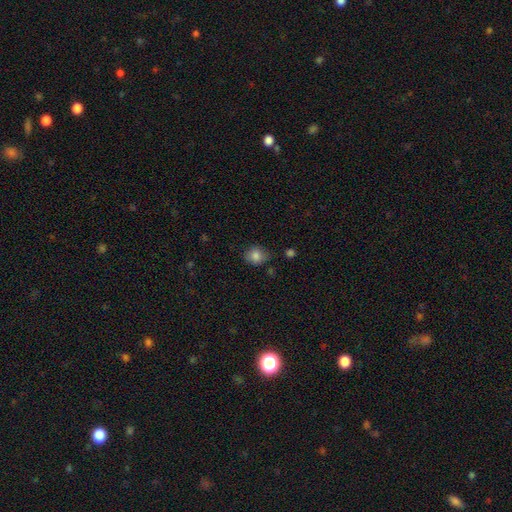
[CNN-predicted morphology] smooth 83%, star or artifact 10%, featured or disk 7%. Down the decision tree: how rounded — round (64%); merging — none (68%).